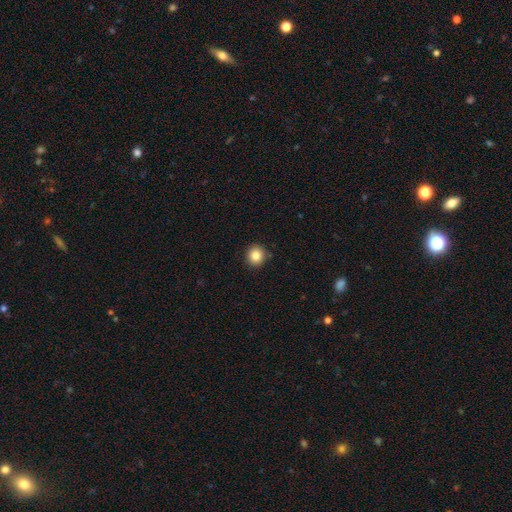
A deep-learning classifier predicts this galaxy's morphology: Smooth or featured? smooth (84%)
How rounded? round (88%)
Merging? none (89%)